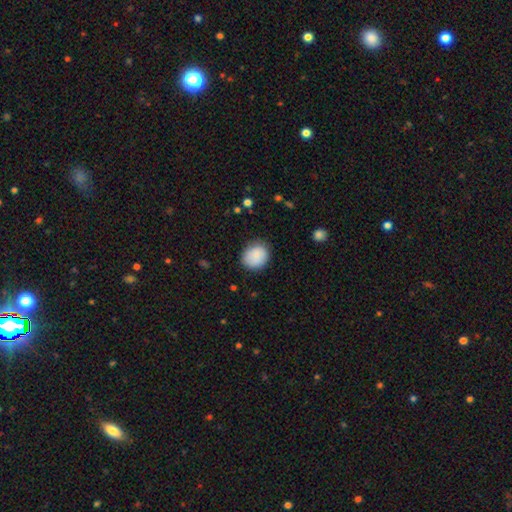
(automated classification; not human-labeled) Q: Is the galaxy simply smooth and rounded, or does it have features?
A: smooth — 85%.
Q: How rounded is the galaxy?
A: round — 71%.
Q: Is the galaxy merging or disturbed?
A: none — 80%.